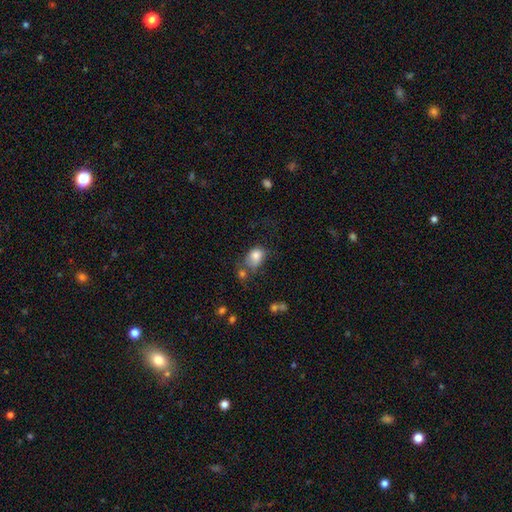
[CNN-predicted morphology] type=smooth (79%); roundness=in between (67%); merging=none (38%).